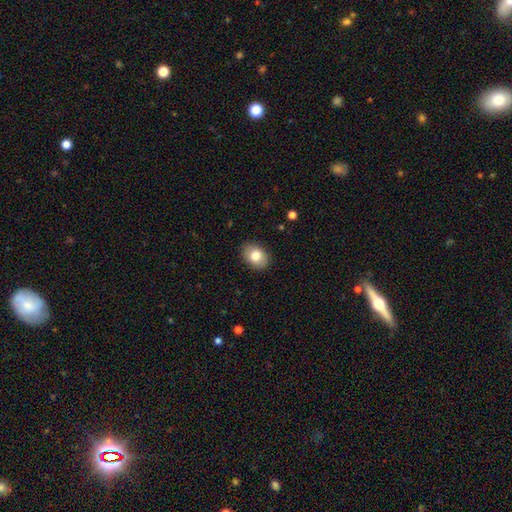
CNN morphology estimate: smooth-or-featured: smooth: 82% | featured or disk: 11% | star or artifact: 8%
  how-rounded: in between: 70% | round: 29% | cigar-shaped: 1%
  merging: none: 88% | minor disturbance: 9% | major disturbance: 2% | merger: 1%